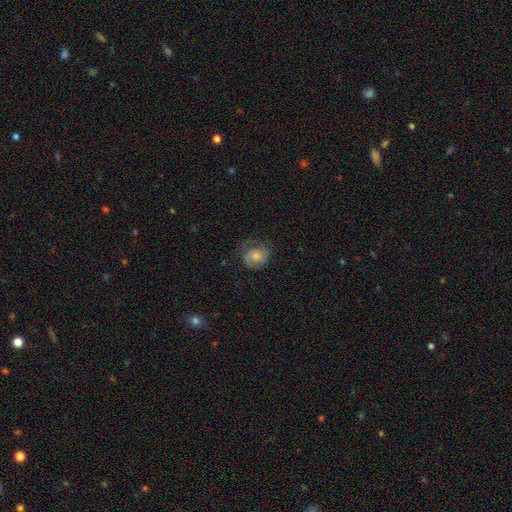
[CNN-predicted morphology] Smooth or featured: featured or disk — 66% (smooth — 25%)
Edge-on disk: no — 98% (yes — 2%)
Bar: no — 69% (weak — 27%)
Spiral arms: yes — 91% (no — 9%)
Spiral winding: tight — 51% (medium — 38%)
Spiral arm count: 2 — 62% (1 — 17%)
Bulge size: moderate — 53% (small — 27%)
Merging: none — 70% (minor disturbance — 18%)